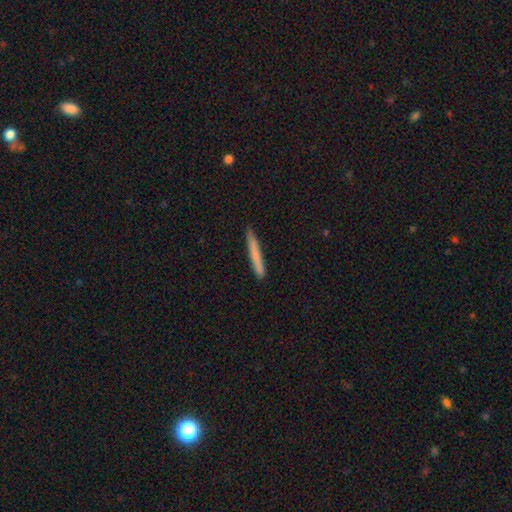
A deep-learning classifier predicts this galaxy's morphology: smooth-or-featured: smooth: 74% | featured or disk: 20% | star or artifact: 6%
  how-rounded: cigar-shaped: 97% | in between: 2% | round: 1%
  merging: none: 90% | minor disturbance: 8% | major disturbance: 1% | merger: 1%